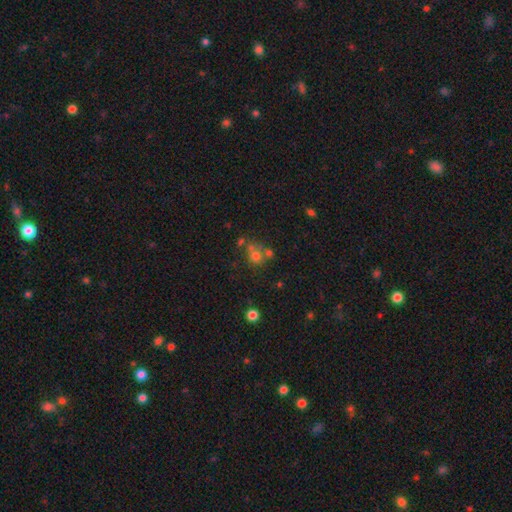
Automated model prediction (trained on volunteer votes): smooth-or-featured: smooth: 62% | star or artifact: 19% | featured or disk: 19%
  how-rounded: round: 79% | in between: 20% | cigar-shaped: 1%
  merging: none: 45% | merger: 36% | minor disturbance: 12% | major disturbance: 8%